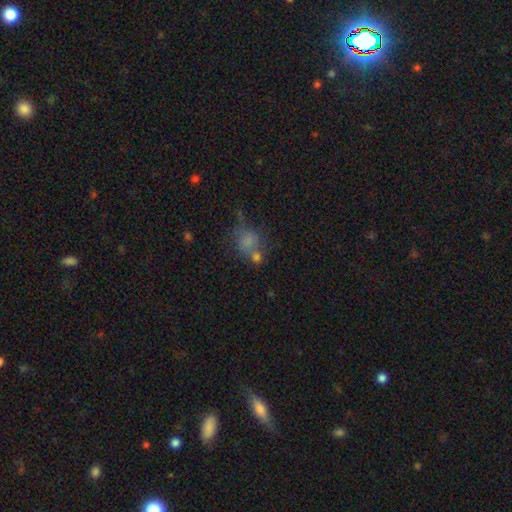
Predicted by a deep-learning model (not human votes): Smooth or featured: smooth — 65% (star or artifact — 19%)
How rounded: round — 66% (in between — 32%)
Merging: none — 43% (merger — 30%)